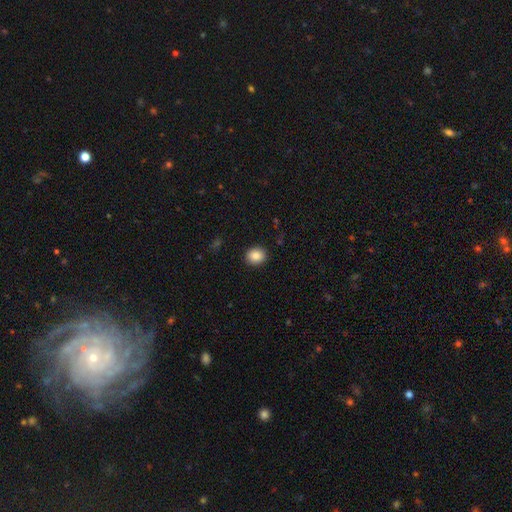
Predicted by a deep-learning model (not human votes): smooth_or_featured: smooth (p=0.87) [alt: star or artifact p=0.09]
how_rounded: round (p=0.67) [alt: in between p=0.32]
merging: none (p=0.91) [alt: minor disturbance p=0.06]